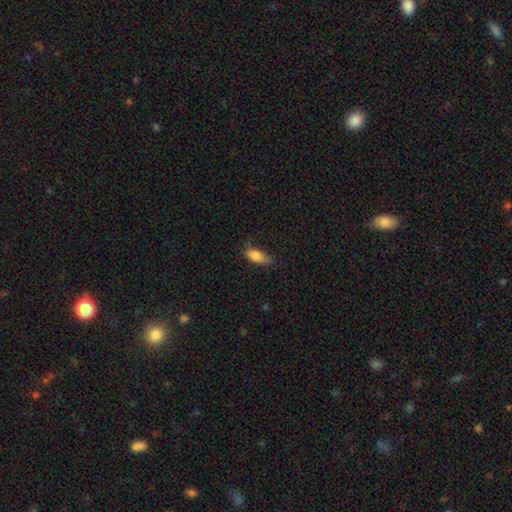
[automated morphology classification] smooth_or_featured: smooth (p=0.84) [alt: featured or disk p=0.08]
how_rounded: in between (p=0.82) [alt: cigar-shaped p=0.15]
merging: none (p=0.56) [alt: minor disturbance p=0.33]